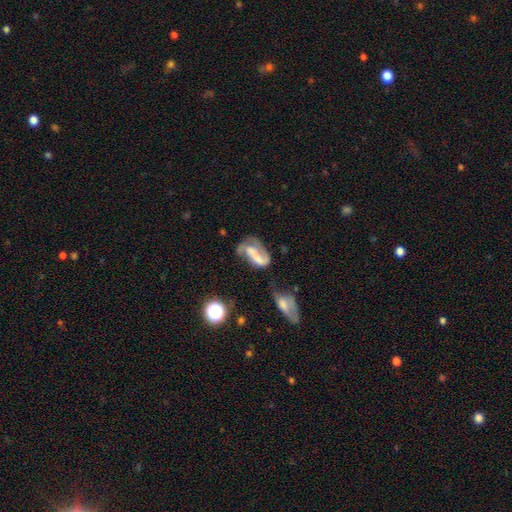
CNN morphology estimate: smooth_or_featured: featured or disk (p=0.64) [alt: smooth p=0.27]
disk_edge_on: no (p=0.95) [alt: yes p=0.05]
bar: strong (p=0.44) [alt: weak p=0.29]
has_spiral_arms: yes (p=0.77) [alt: no p=0.23]
bulge_size: none (p=0.54) [alt: small p=0.18]
merging: none (p=0.31) [tied with: major disturbance p=0.31]